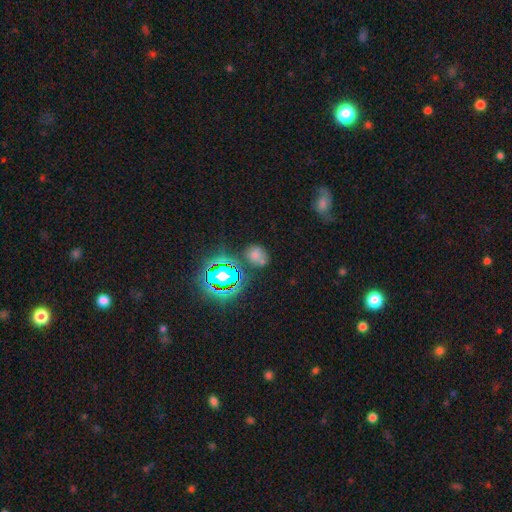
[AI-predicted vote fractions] This is possibly a smooth galaxy (57%). How rounded: possibly round (58%). Merging: likely none (62%).